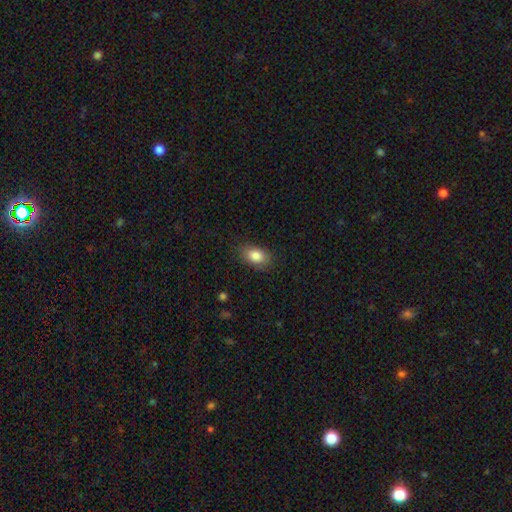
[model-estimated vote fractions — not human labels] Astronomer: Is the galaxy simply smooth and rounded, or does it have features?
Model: smooth — 84%.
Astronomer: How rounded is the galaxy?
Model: in between — 87%.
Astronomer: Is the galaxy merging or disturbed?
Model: none — 82%.